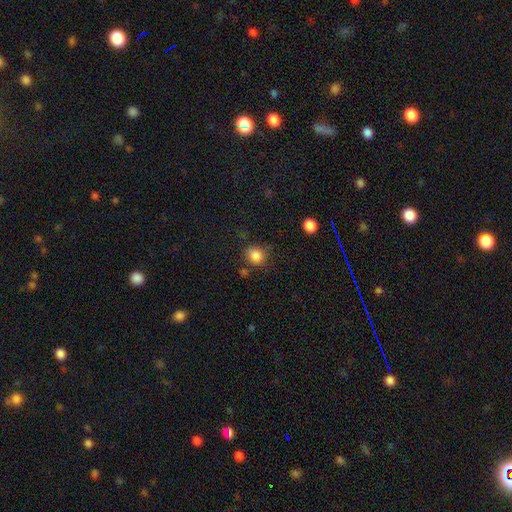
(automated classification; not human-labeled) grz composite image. It shows a smooth galaxy with no disk features (84%) that is round (76%). Merging: none (73%).